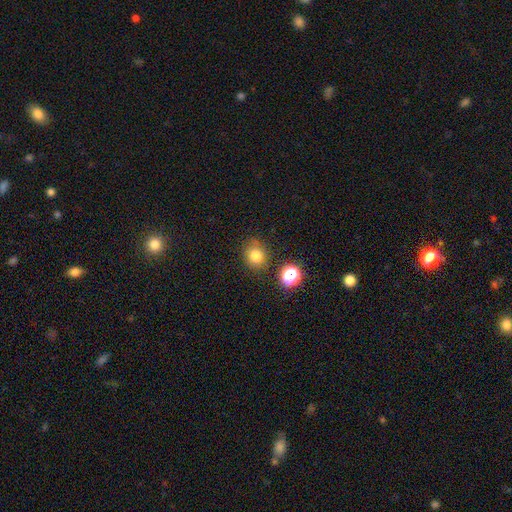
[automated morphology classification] This appears to be a smooth galaxy with no disk features (79%) that is round (79%). Merging: none (79%).